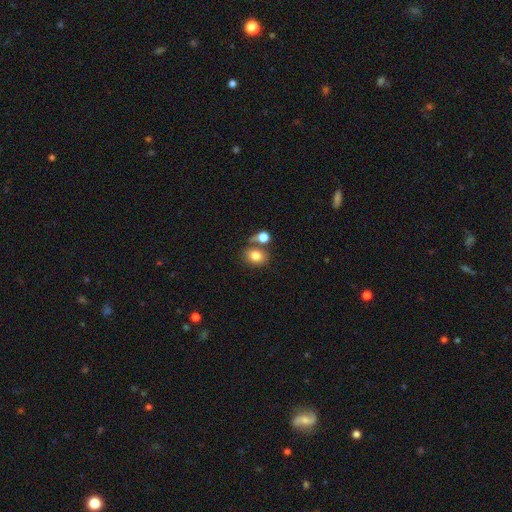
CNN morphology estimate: Smooth or featured? Predicted: smooth (p=0.80). How rounded? Predicted: in between (p=0.58). Merging? Predicted: none (p=0.53).